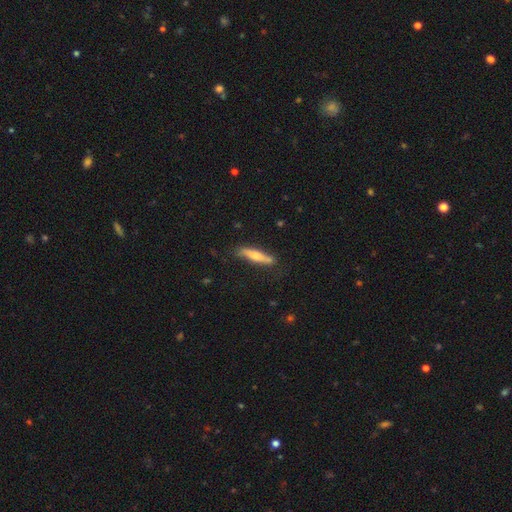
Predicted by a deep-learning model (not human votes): smooth_or_featured: smooth (p=0.57) [alt: featured or disk p=0.37]
how_rounded: cigar-shaped (p=0.85) [alt: in between p=0.13]
merging: none (p=0.76) [alt: minor disturbance p=0.18]